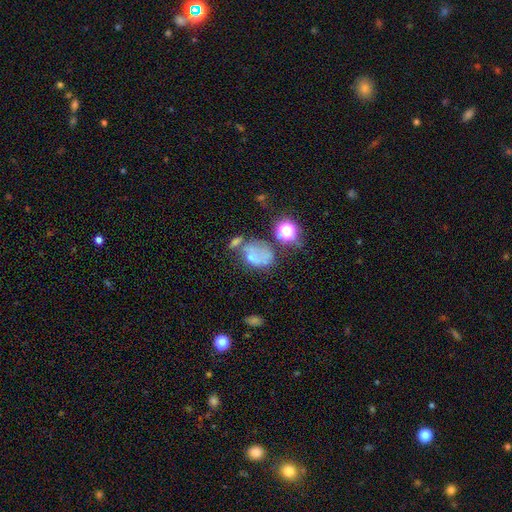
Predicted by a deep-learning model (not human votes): Q: Smooth or featured?
A: smooth (45%); runner-up: featured or disk (32%)
Q: Merging?
A: merger (28%); runner-up: none (27%)